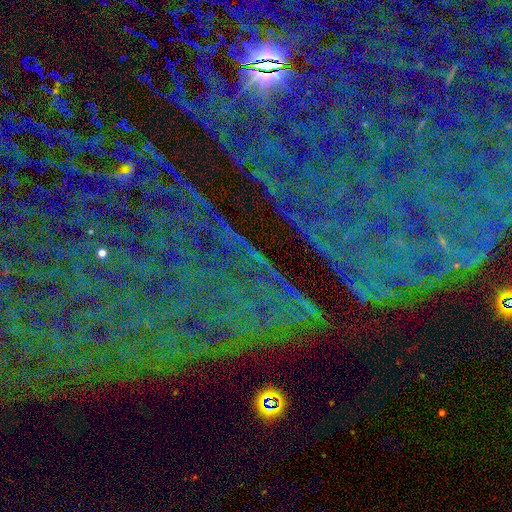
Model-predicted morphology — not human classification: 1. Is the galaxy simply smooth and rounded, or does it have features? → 84% star or artifact, 9% featured or disk, 7% smooth.